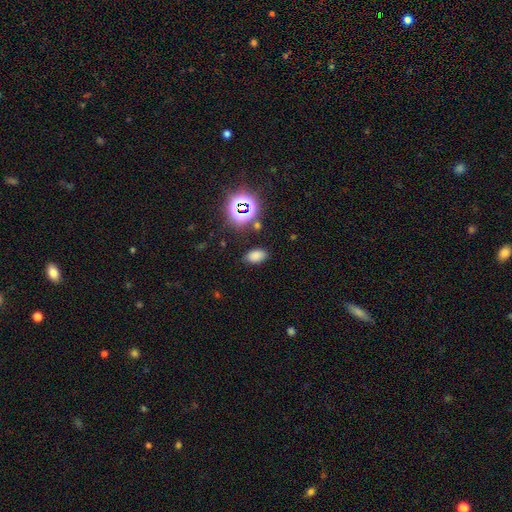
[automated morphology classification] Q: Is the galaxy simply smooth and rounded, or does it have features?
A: smooth — 73%.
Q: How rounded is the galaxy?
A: in between — 90%.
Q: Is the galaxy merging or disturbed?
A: none — 82%.